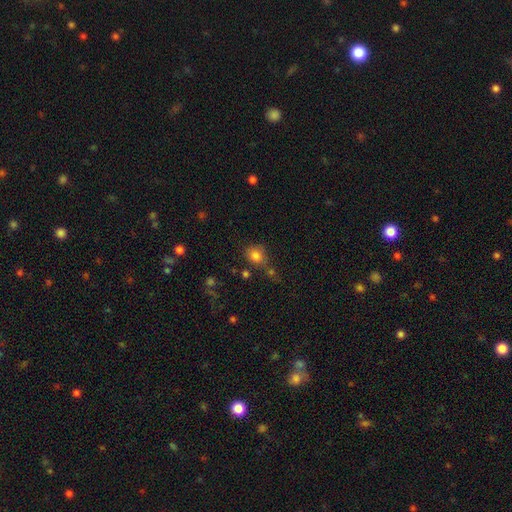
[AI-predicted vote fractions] smooth-or-featured: smooth: 81% | star or artifact: 12% | featured or disk: 7%
  how-rounded: round: 66% | in between: 33% | cigar-shaped: 1%
  merging: none: 63% | minor disturbance: 17% | merger: 14% | major disturbance: 6%